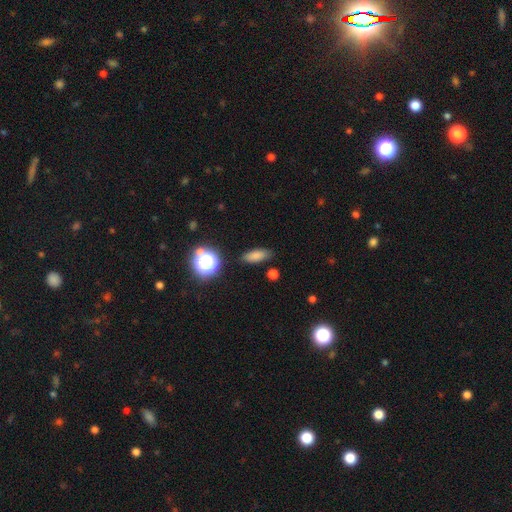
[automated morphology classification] type=smooth (79%); roundness=in between (71%); merging=none (82%).